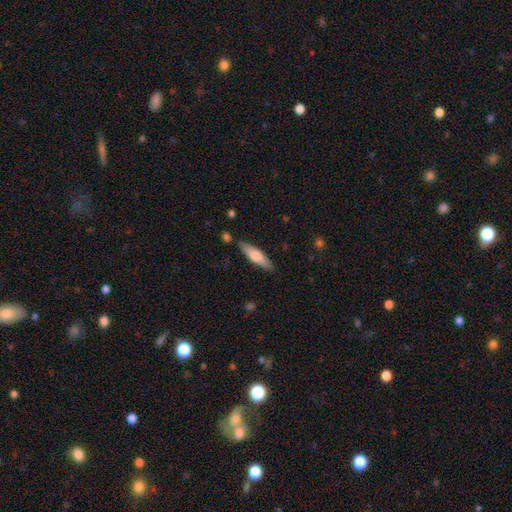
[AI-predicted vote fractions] Morphology: type=smooth (60%); roundness=cigar-shaped (64%); merging=none (84%).